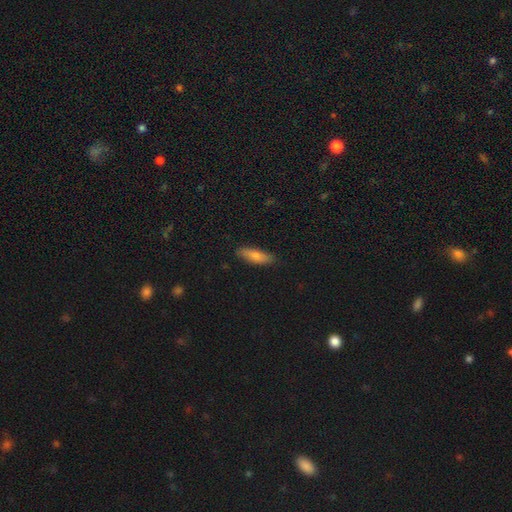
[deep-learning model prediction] smooth 77%, featured or disk 17%, star or artifact 6%. Down the decision tree: how rounded — in between (53%); merging — none (85%).